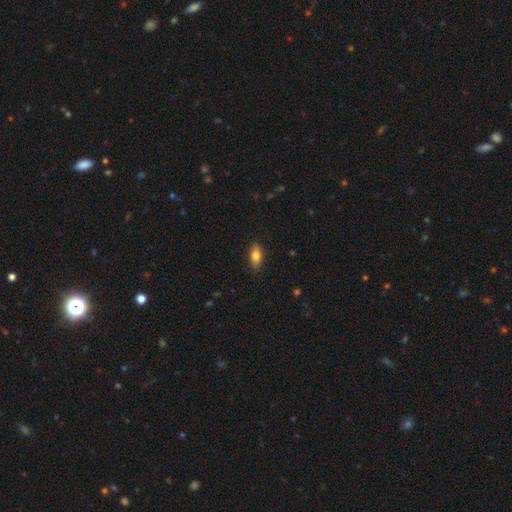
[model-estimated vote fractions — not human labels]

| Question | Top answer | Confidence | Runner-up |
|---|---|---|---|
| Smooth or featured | smooth | 80% | featured or disk (12%) |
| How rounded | in between | 86% | cigar-shaped (9%) |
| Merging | none | 87% | minor disturbance (10%) |